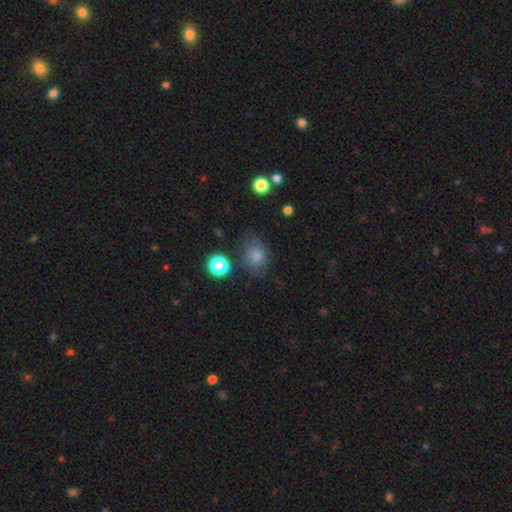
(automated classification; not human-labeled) Smooth or featured? Predicted: smooth (p=0.77). How rounded? Predicted: in between (p=0.54). Merging? Predicted: none (p=0.62).